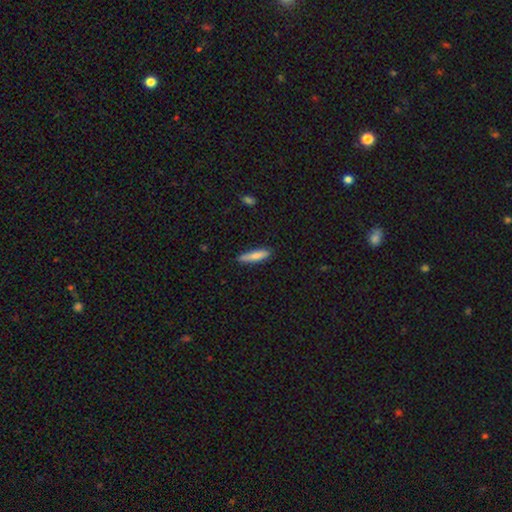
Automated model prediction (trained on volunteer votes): This is clearly a smooth galaxy (81%). How rounded: likely cigar-shaped (79%). Merging: clearly none (84%).